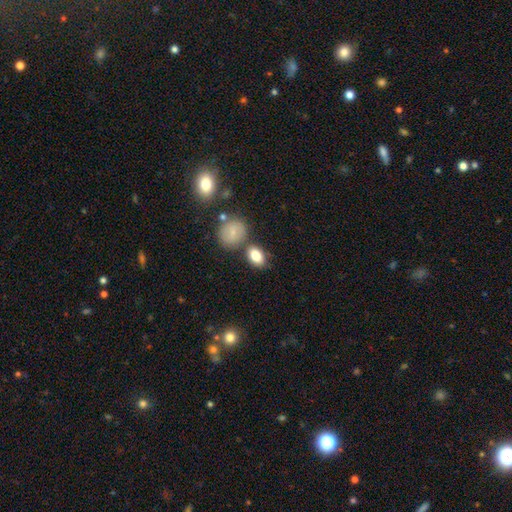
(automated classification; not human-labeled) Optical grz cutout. It shows a smooth galaxy with no disk features (83%) that is in between round and cigar-shaped (76%). Merging: none (68%).